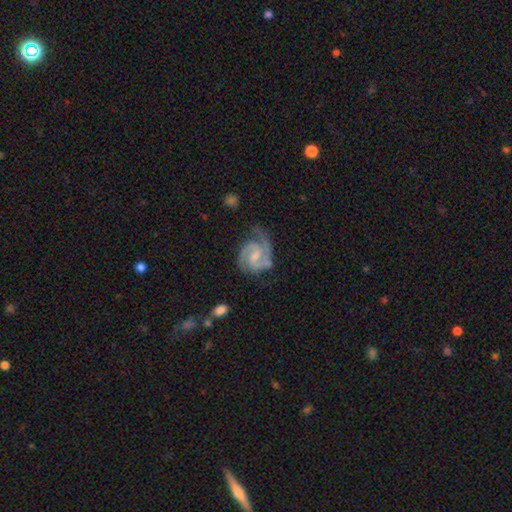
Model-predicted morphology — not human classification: Smooth or featured? featured or disk (87%)
Edge-on disk? no (98%)
Bar? weak (58%)
Spiral arms? yes (97%)
Spiral winding? medium (50%)
Spiral arm count? 2 (78%)
Bulge size? small (49%)
Merging? none (58%)